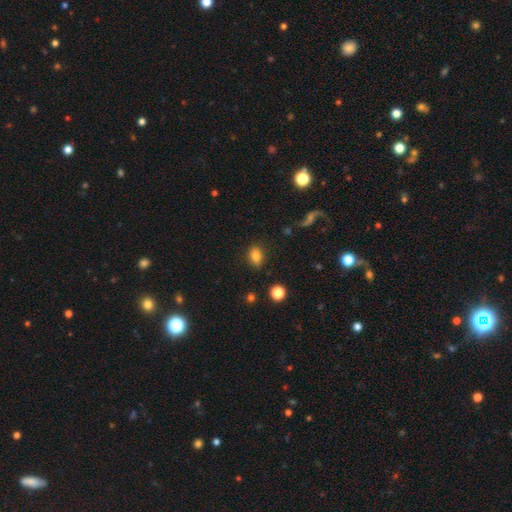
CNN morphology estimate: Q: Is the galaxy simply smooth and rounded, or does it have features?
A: smooth — 82%.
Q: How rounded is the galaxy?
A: in between — 74%.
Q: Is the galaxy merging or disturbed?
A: none — 85%.